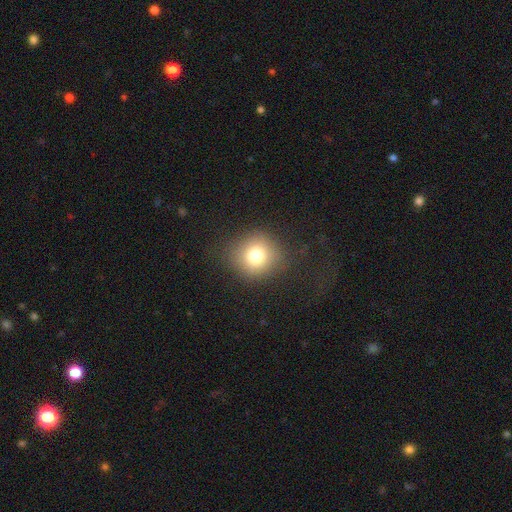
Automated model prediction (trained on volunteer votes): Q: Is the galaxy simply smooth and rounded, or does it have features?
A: smooth — 78%.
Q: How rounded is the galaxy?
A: round — 87%.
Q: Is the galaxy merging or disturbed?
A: none — 83%.